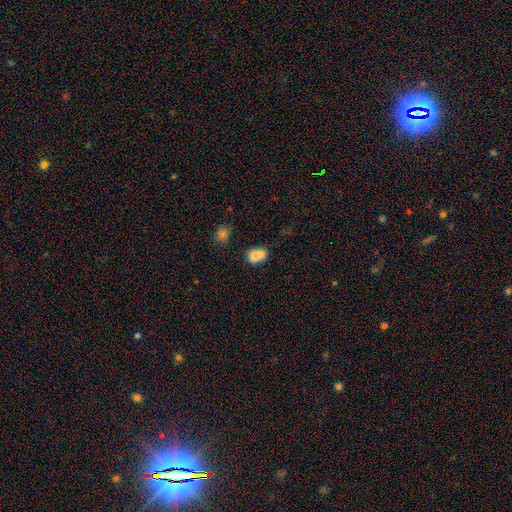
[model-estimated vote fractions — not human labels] Morphology: type=smooth (80%); roundness=in between (71%); merging=none (51%).